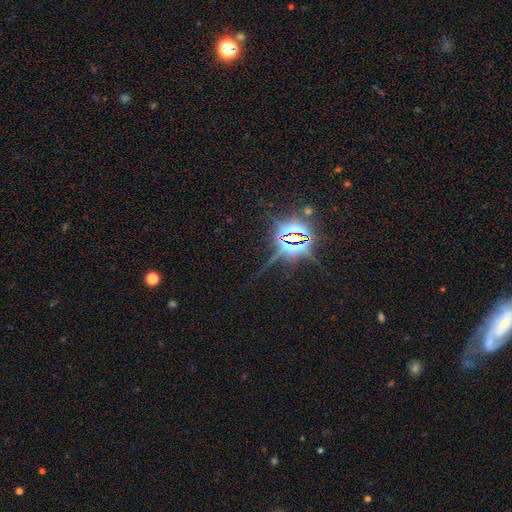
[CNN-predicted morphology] Overall: star or artifact (85%).